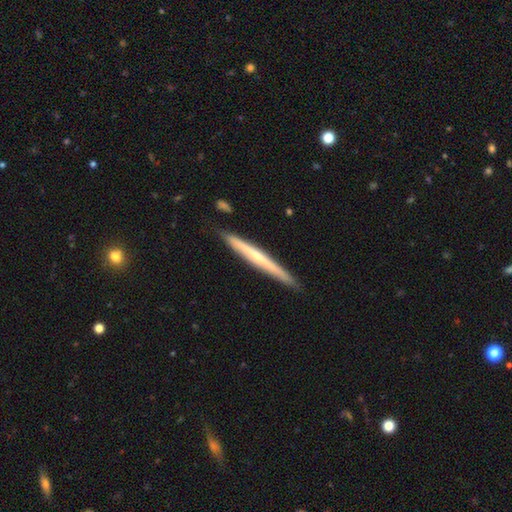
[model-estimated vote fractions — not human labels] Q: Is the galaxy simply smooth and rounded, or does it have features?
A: featured or disk — 58%.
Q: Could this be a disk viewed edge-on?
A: yes — 97%.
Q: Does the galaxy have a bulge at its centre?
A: none — 56%.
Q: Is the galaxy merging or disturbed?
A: none — 90%.